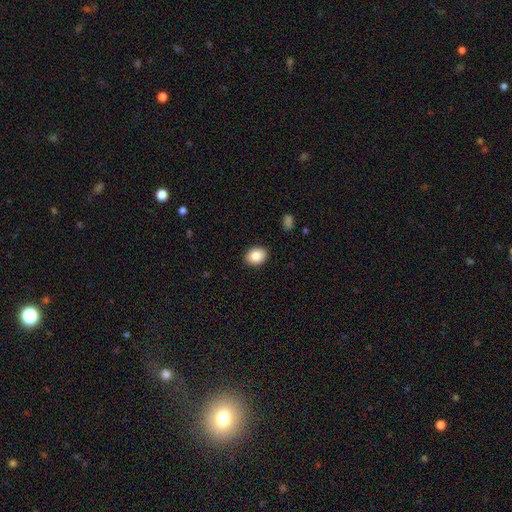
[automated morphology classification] smooth_or_featured: smooth (p=0.86) [alt: star or artifact p=0.08]
how_rounded: in between (p=0.65) [alt: round p=0.34]
merging: none (p=0.89) [alt: minor disturbance p=0.08]